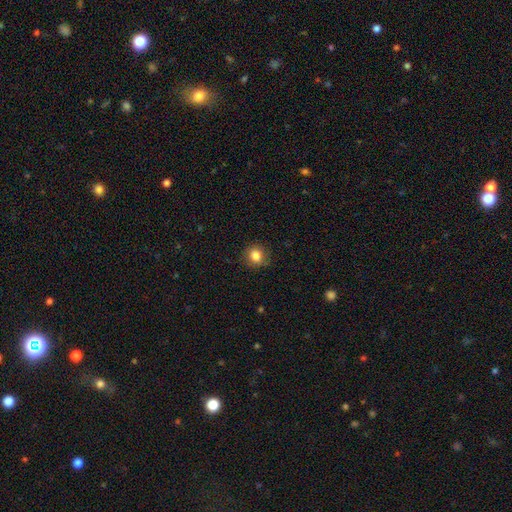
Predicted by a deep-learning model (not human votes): Smooth or featured?
  - smooth: 84% *
  - star or artifact: 11%
  - featured or disk: 6%
How rounded?
  - round: 82% *
  - in between: 17%
  - cigar-shaped: 1%
Merging?
  - none: 85% *
  - minor disturbance: 11%
  - major disturbance: 3%
  - merger: 1%